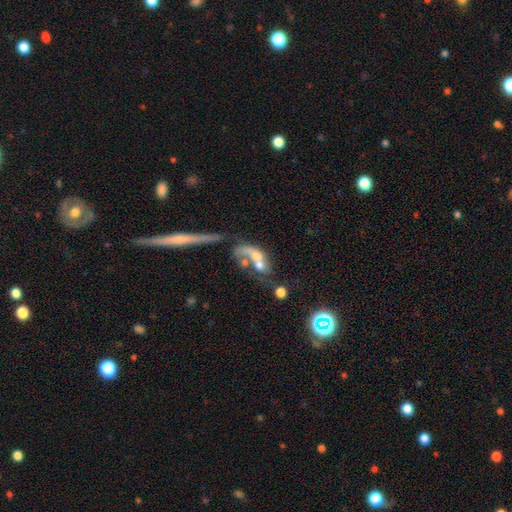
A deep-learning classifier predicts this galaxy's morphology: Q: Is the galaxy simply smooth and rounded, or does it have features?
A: featured or disk — 45%.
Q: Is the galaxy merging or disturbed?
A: merger — 56%.